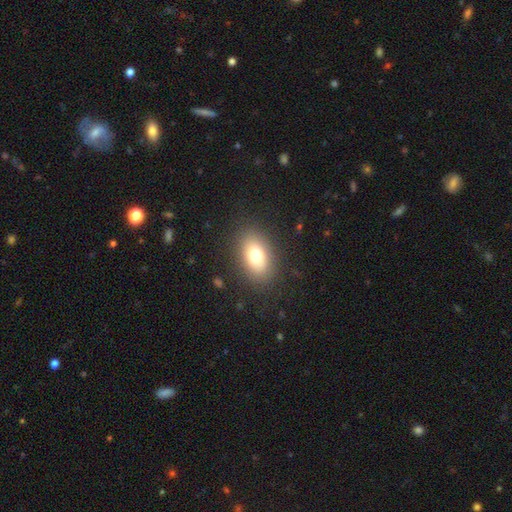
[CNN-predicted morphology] Overall: smooth (75%). How rounded: in between (85%). Merging: none (85%).